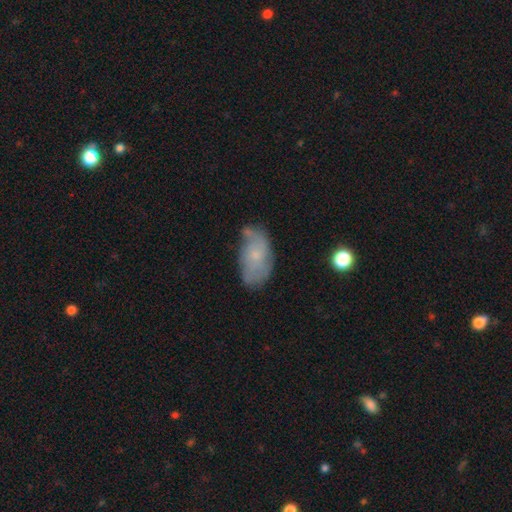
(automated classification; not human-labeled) Q: Smooth or featured?
A: featured or disk (47%); runner-up: smooth (45%)
Q: Merging?
A: none (52%); runner-up: minor disturbance (32%)